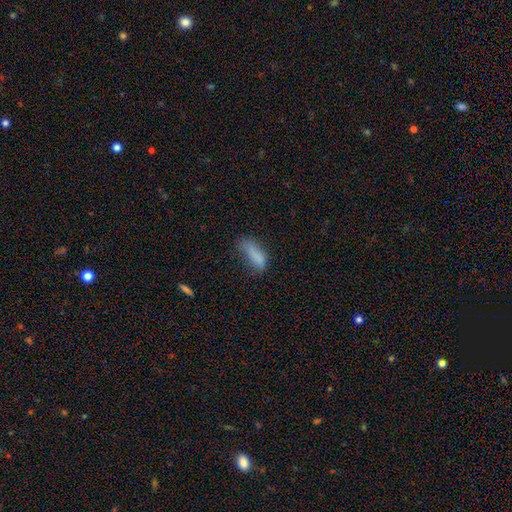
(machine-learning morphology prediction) smooth_or_featured: smooth (p=0.78) [alt: featured or disk p=0.12]
how_rounded: in between (p=0.61) [alt: cigar-shaped p=0.37]
merging: none (p=0.39) [alt: minor disturbance p=0.33]